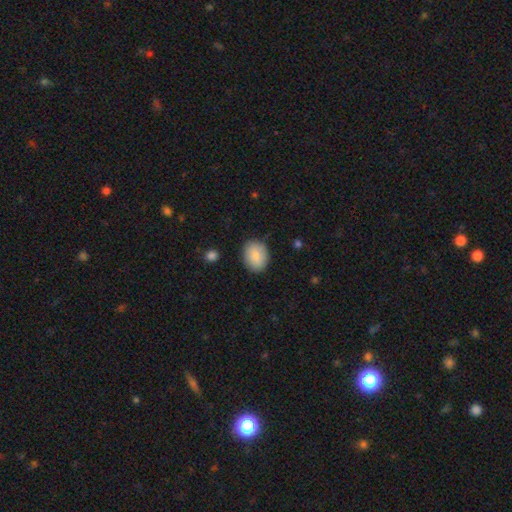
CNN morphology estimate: This appears to be a smooth galaxy with no disk features (85%) that is in between round and cigar-shaped (60%). Merging: none (83%).